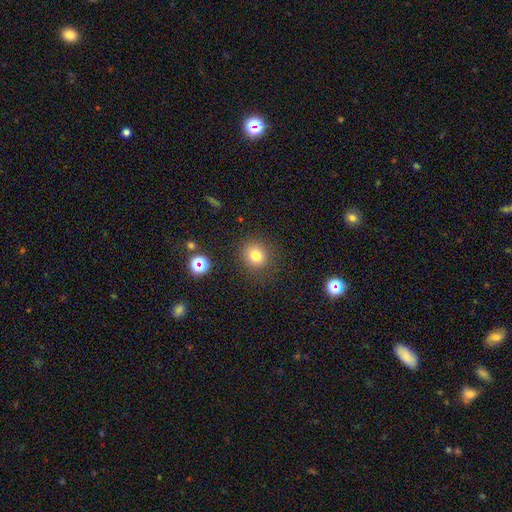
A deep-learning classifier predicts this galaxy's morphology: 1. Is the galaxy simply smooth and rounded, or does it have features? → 77% smooth, 15% star or artifact, 8% featured or disk.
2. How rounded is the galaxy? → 90% round, 9% in between, 1% cigar-shaped.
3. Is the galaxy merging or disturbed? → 87% none, 8% minor disturbance, 3% major disturbance, 2% merger.